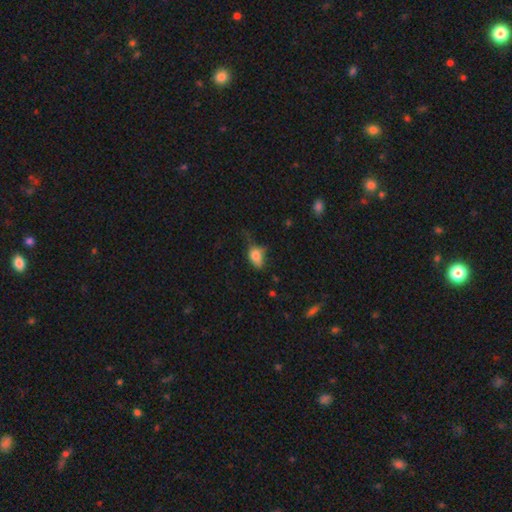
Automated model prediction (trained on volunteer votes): A smooth galaxy with no disk features (75%) that is in between round and cigar-shaped (78%). Merging: none (36%, tied with minor disturbance).